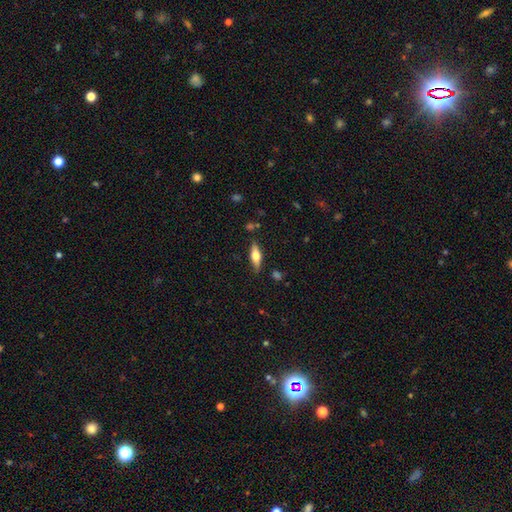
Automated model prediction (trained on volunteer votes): Smooth or featured: featured or disk — 49% (smooth — 44%)
Merging: none — 84% (minor disturbance — 12%)